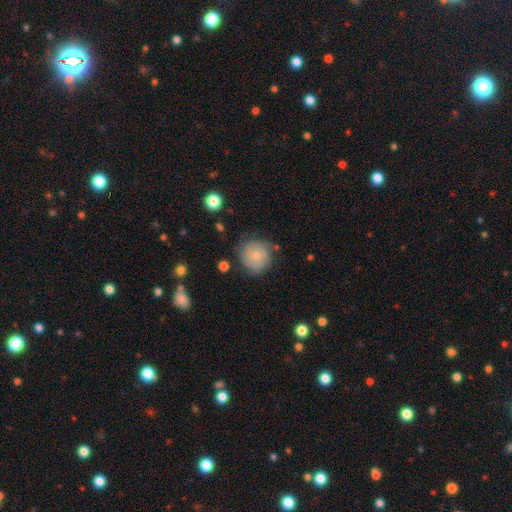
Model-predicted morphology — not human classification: Smooth or featured? Predicted: smooth (p=0.51). How rounded? Predicted: round (p=0.89). Merging? Predicted: none (p=0.69).